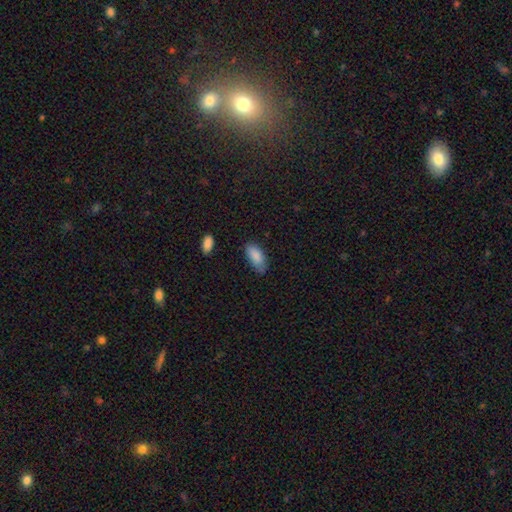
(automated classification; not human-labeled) Morphology: type=smooth (87%); roundness=in between (90%); merging=none (67%).